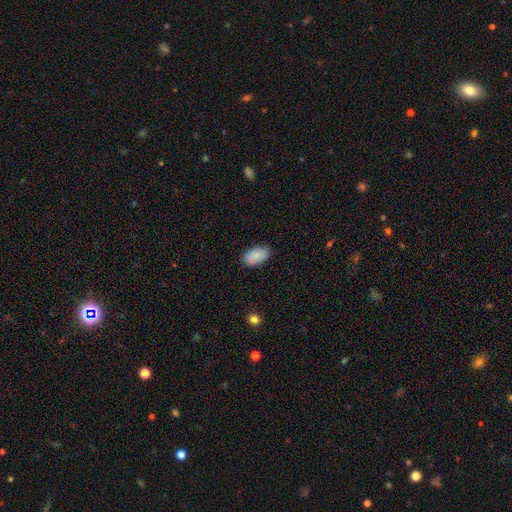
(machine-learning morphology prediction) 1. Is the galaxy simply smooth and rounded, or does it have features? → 87% smooth, 6% star or artifact, 6% featured or disk.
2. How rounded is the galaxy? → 94% in between, 4% round, 2% cigar-shaped.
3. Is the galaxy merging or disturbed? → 82% none, 14% minor disturbance, 3% major disturbance, 1% merger.